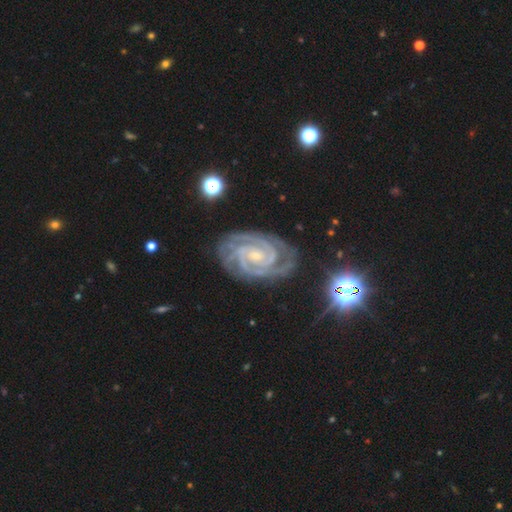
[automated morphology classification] Smooth or featured: featured or disk — 92% (star or artifact — 5%)
Edge-on disk: no — 98% (yes — 2%)
Bar: no — 51% (weak — 33%)
Spiral arms: yes — 99% (no — 1%)
Spiral winding: tight — 80% (medium — 19%)
Spiral arm count: 2 — 51% (3 — 24%)
Bulge size: small — 76% (moderate — 19%)
Merging: none — 77% (minor disturbance — 16%)